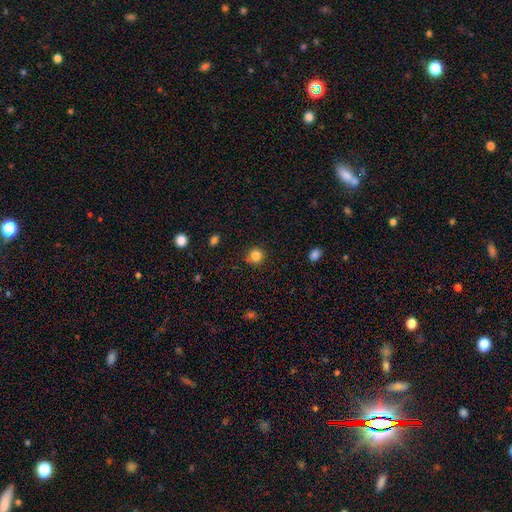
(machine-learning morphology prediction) Smooth or featured? smooth (84%)
How rounded? round (93%)
Merging? none (87%)